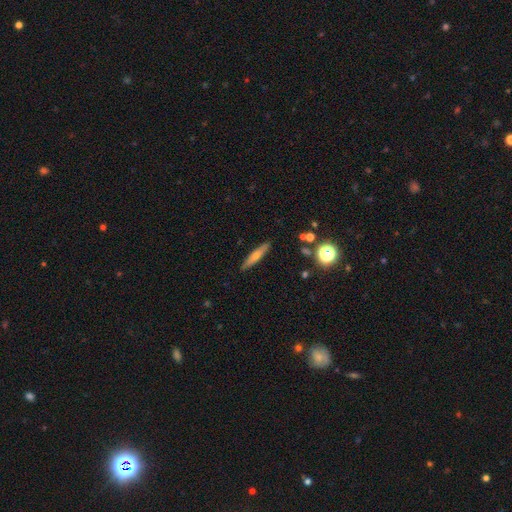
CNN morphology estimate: A smooth galaxy with no disk features (54%) that is cigar-shaped (87%).

Vote fractions:
- Smooth or featured? smooth: 54% / featured or disk: 37% / star or artifact: 9%
- How rounded? cigar-shaped: 87% / in between: 11% / round: 2%
- Merging? none: 88% / minor disturbance: 8% / major disturbance: 2% / merger: 1%